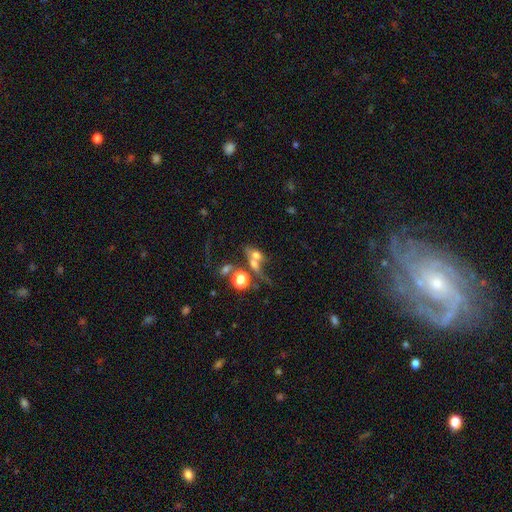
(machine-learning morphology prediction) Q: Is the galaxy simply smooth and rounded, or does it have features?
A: smooth — 50%.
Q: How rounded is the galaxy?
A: in between — 54%.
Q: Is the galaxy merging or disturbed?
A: merger — 51%.